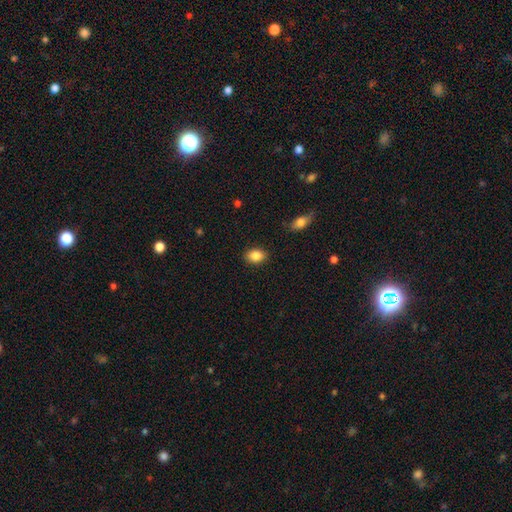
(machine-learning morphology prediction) smooth-or-featured: smooth: 86% | star or artifact: 8% | featured or disk: 6%
  how-rounded: in between: 71% | round: 28% | cigar-shaped: 1%
  merging: none: 88% | minor disturbance: 9% | major disturbance: 2% | merger: 1%